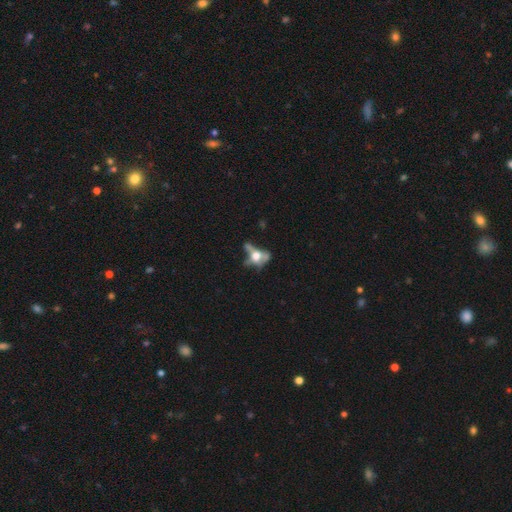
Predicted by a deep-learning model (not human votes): A featured or disk galaxy (49%). Merging: major disturbance (36%).